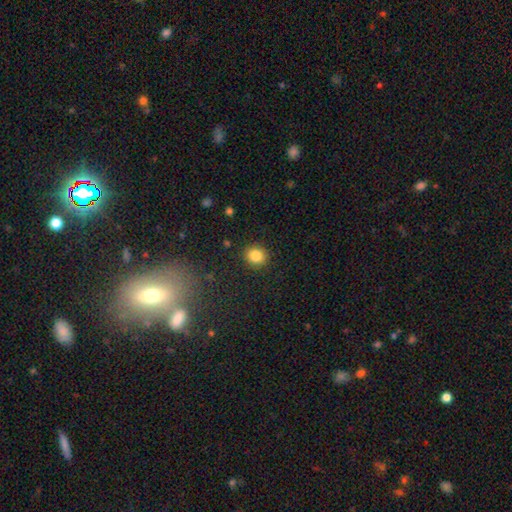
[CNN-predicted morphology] type=smooth (85%); roundness=round (73%); merging=none (90%).